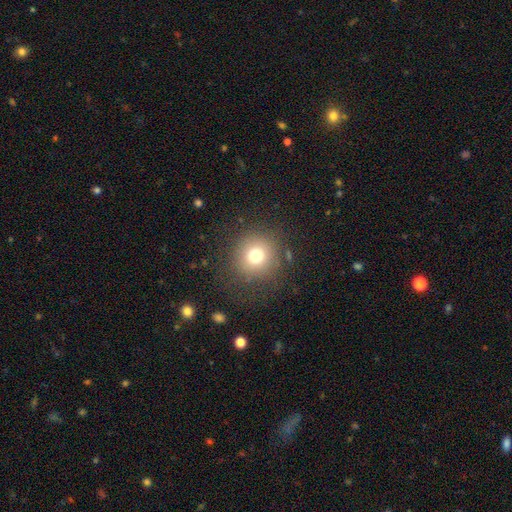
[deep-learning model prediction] smooth-or-featured: smooth: 74% | star or artifact: 15% | featured or disk: 11%
  how-rounded: round: 92% | in between: 7% | cigar-shaped: 1%
  merging: none: 84% | minor disturbance: 9% | major disturbance: 5% | merger: 2%